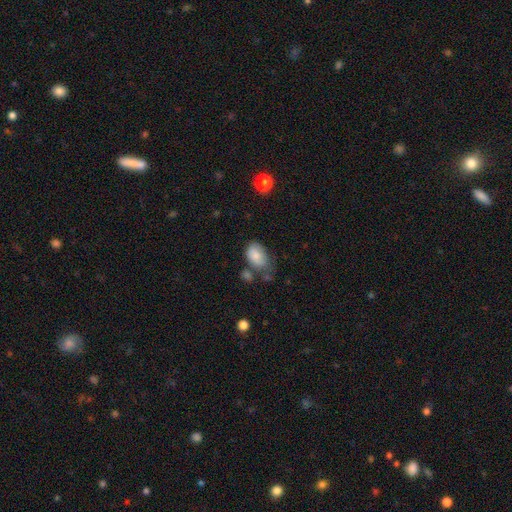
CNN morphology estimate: The model was most divided on "merging": none: 47%, minor disturbance: 31%, major disturbance: 11%, merger: 10%. More confident: how rounded — in between (89%); smooth or featured — smooth (82%).